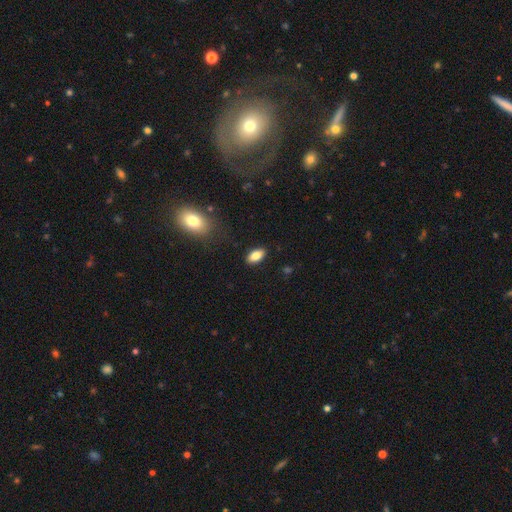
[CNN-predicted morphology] Smooth or featured? smooth (82%)
How rounded? in between (90%)
Merging? none (88%)